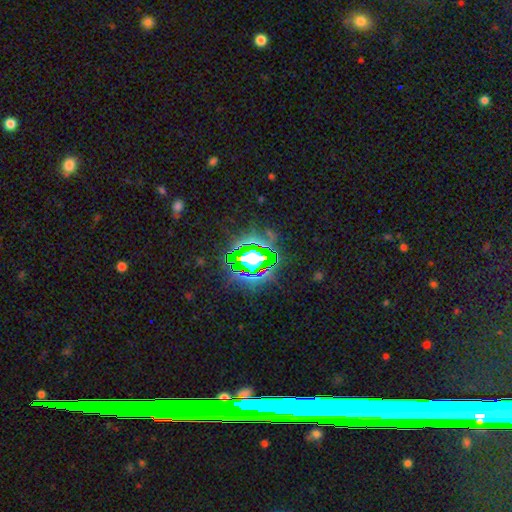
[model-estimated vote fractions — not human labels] smooth_or_featured: star or artifact (p=0.73) [alt: smooth p=0.15]